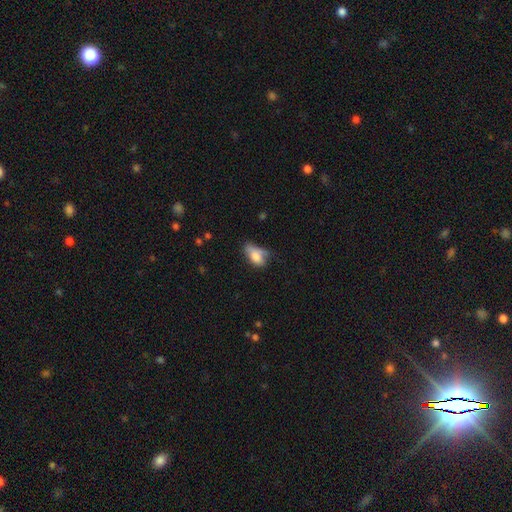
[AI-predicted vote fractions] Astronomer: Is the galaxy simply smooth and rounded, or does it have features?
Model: smooth — 74%.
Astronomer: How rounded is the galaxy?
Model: in between — 88%.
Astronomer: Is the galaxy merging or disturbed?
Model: minor disturbance — 36% (runner-up: none, 29%).